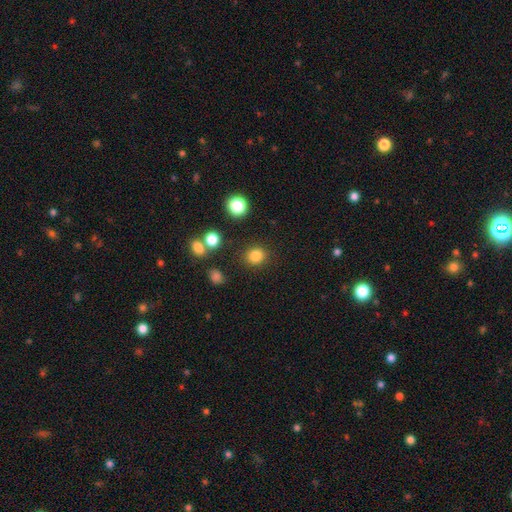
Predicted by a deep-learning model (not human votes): This is clearly a smooth galaxy (83%). How rounded: clearly round (82%). Merging: clearly none (87%).